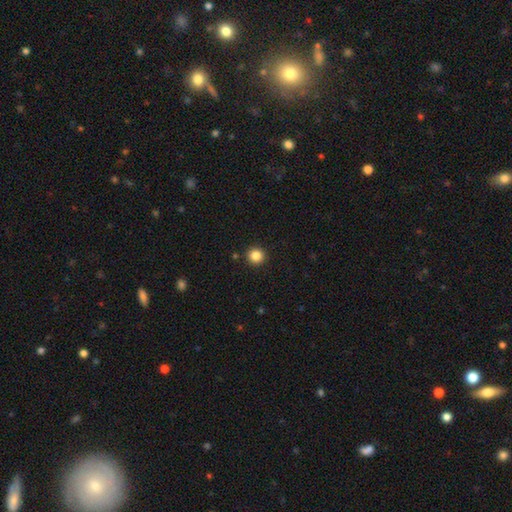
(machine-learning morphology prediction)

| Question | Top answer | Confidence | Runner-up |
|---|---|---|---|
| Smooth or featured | smooth | 85% | star or artifact (11%) |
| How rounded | round | 94% | in between (5%) |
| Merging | none | 92% | minor disturbance (5%) |